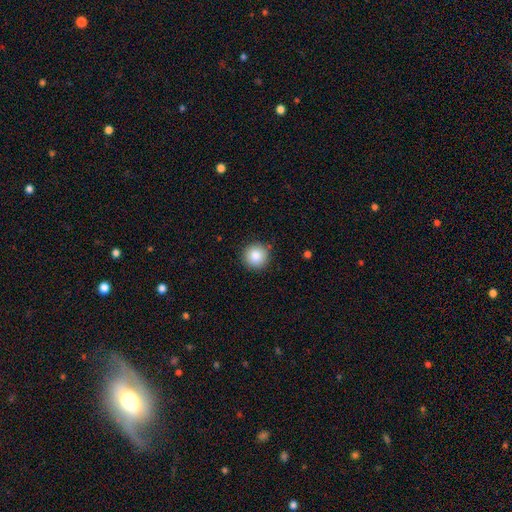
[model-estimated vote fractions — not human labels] smooth_or_featured: smooth (p=0.86) [alt: star or artifact p=0.09]
how_rounded: round (p=0.95) [alt: in between p=0.04]
merging: none (p=0.90) [alt: minor disturbance p=0.07]